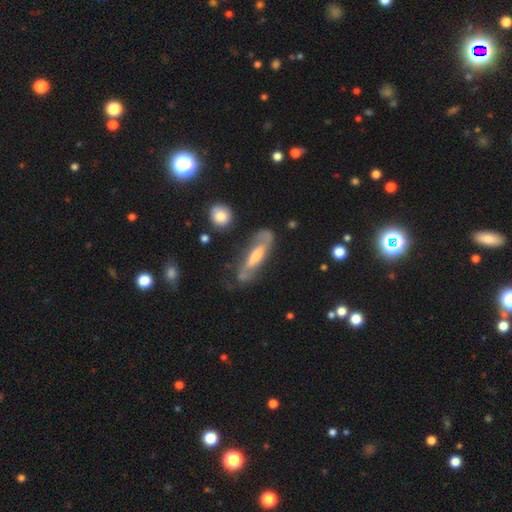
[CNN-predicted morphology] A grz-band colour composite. It shows a featured or disk galaxy (68%). Merging: none (60%).